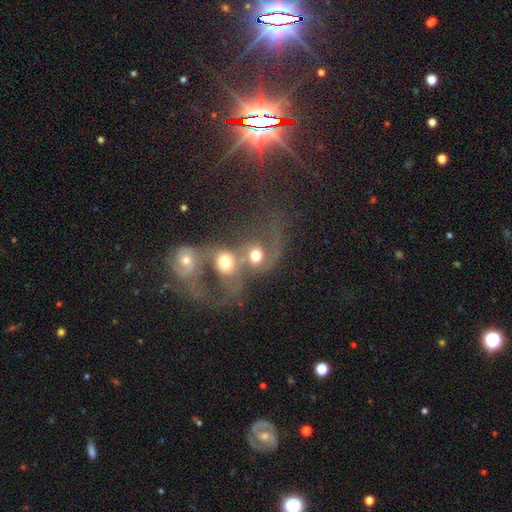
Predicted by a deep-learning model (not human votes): Q: Smooth or featured?
A: smooth (48%); runner-up: featured or disk (40%)
Q: Merging?
A: merger (76%); runner-up: major disturbance (11%)